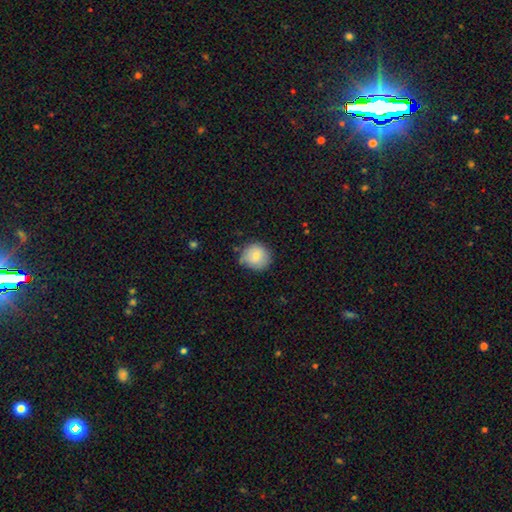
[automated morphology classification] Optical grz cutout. It shows a smooth galaxy with no disk features (80%) that is round (88%). Merging: none (68%).